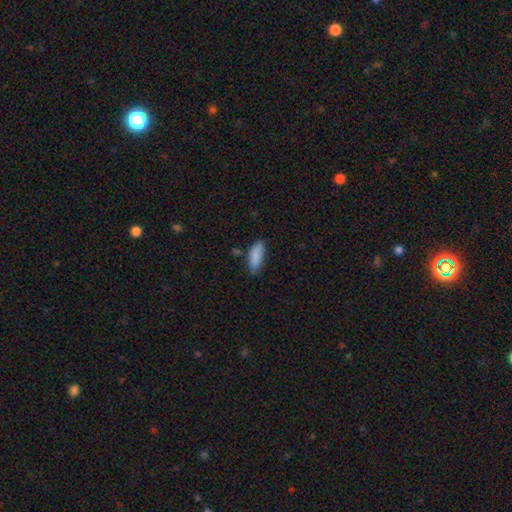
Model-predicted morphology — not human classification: Smooth or featured? Predicted: smooth (p=0.87). How rounded? Predicted: in between (p=0.70). Merging? Predicted: none (p=0.71).